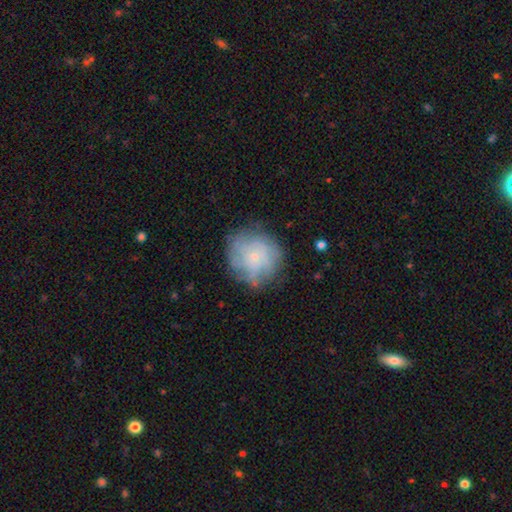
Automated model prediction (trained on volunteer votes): Morphology: type=featured or disk (48%); merging=none (72%).